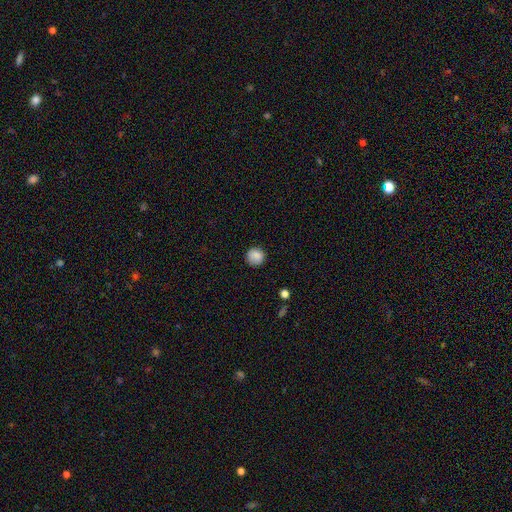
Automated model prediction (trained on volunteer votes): Overall: smooth (86%). How rounded: round (93%). Merging: none (86%).